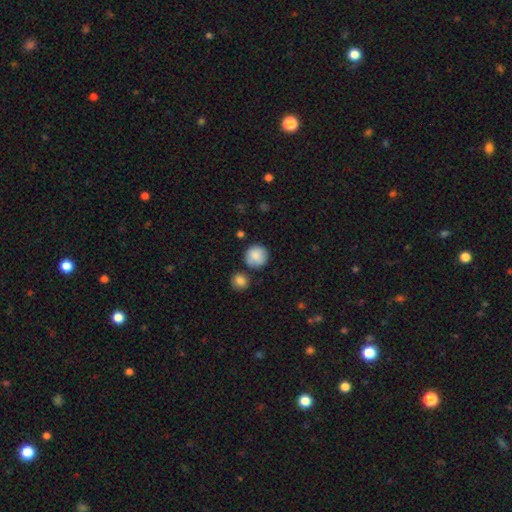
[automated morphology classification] A smooth galaxy with no disk features (84%) that is round (93%). Merging: none (73%).